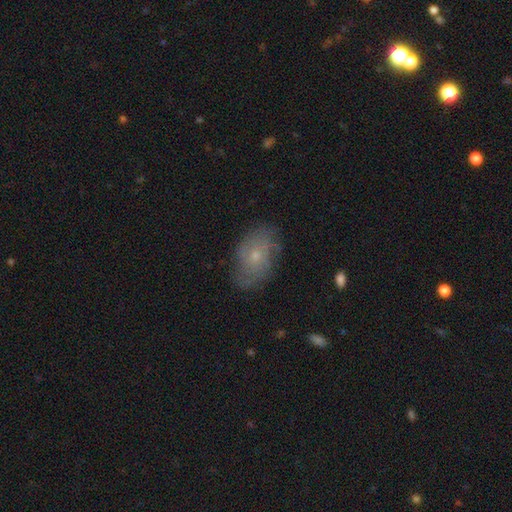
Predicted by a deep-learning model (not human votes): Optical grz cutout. It shows a featured or disk galaxy (51%). Merging: none (72%).